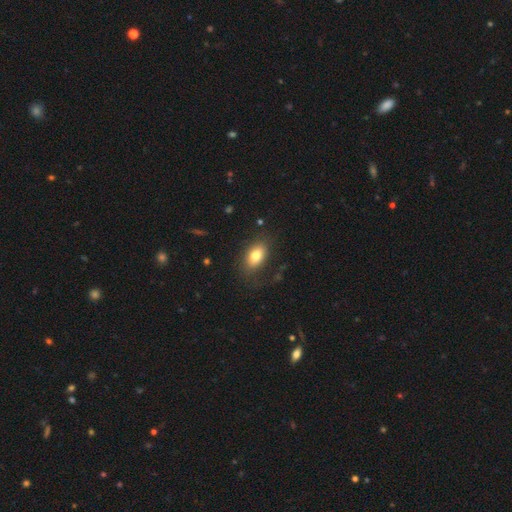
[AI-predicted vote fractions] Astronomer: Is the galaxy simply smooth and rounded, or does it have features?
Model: smooth — 79%.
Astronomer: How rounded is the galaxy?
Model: in between — 89%.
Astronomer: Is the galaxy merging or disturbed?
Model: none — 76%.